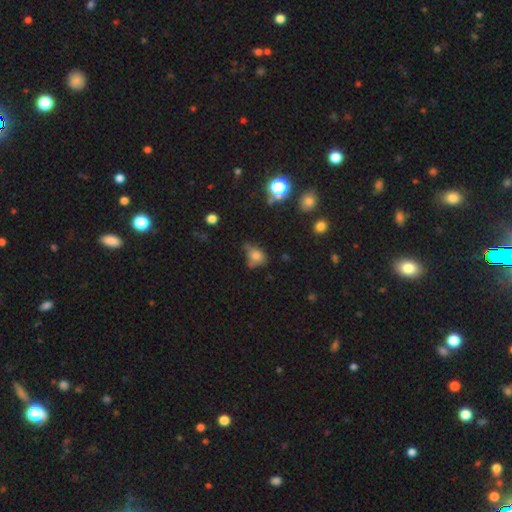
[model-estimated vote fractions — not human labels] smooth 70%, star or artifact 17%, featured or disk 13%. Down the decision tree: how rounded — in between (59%); merging — none (40%).